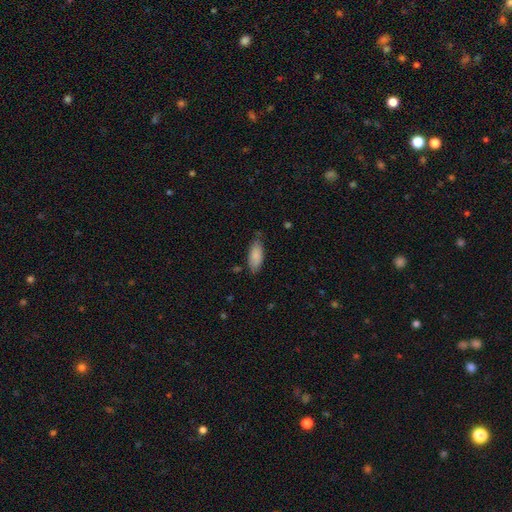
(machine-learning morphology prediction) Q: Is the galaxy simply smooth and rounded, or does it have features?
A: smooth — 86%.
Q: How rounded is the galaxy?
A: in between — 83%.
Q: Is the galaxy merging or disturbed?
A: none — 71%.